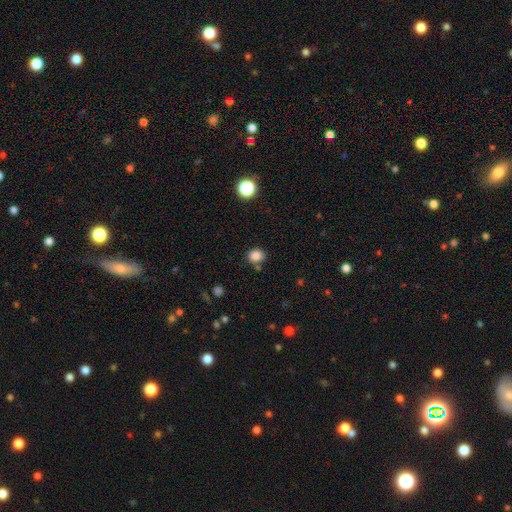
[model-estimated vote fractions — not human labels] Smooth or featured: smooth — 84% (star or artifact — 12%)
How rounded: round — 72% (in between — 27%)
Merging: none — 79% (minor disturbance — 11%)